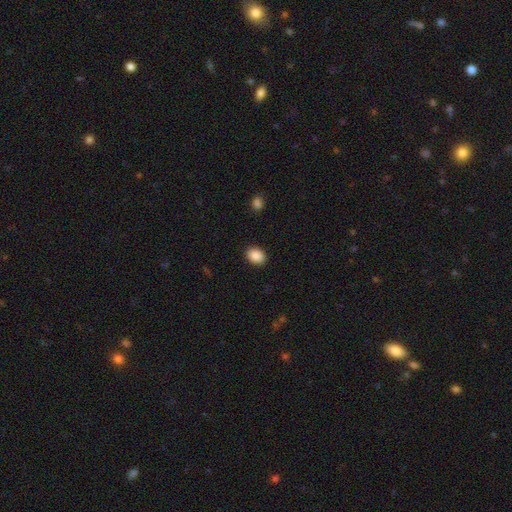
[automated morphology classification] This appears to be a smooth galaxy with no disk features (89%) that is in between round and cigar-shaped (63%). Merging: none (90%).